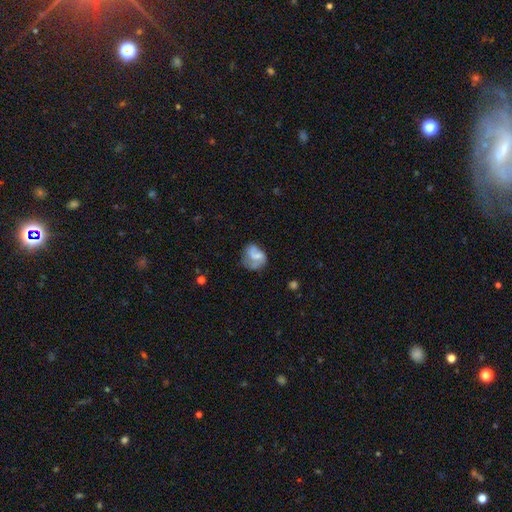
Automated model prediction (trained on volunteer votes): The model was most divided on "merging": none: 35%, major disturbance: 31%, minor disturbance: 27%, merger: 7%. Remaining: smooth or featured — smooth (47%).